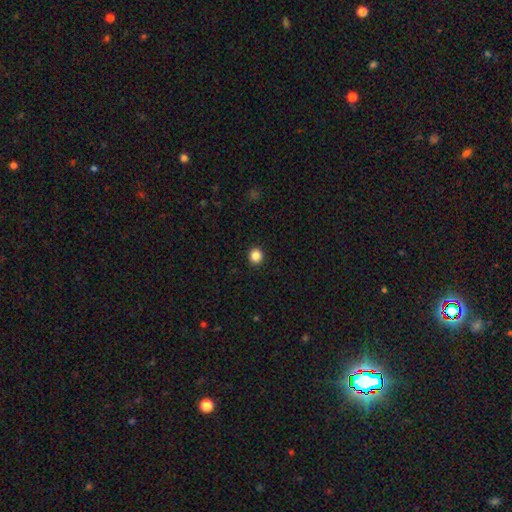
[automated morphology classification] smooth_or_featured: smooth (p=0.87) [alt: star or artifact p=0.11]
how_rounded: round (p=0.92) [alt: in between p=0.07]
merging: none (p=0.93) [alt: minor disturbance p=0.05]